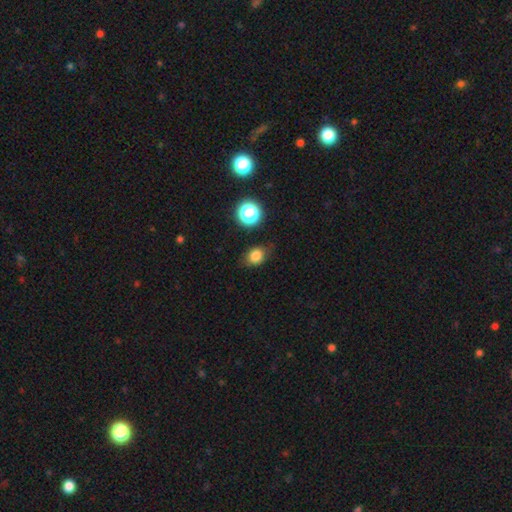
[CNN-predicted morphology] Smooth or featured?
  - smooth: 80% *
  - star or artifact: 13%
  - featured or disk: 7%
How rounded?
  - in between: 54% *
  - round: 45%
  - cigar-shaped: 1%
Merging?
  - none: 75% *
  - minor disturbance: 18%
  - major disturbance: 5%
  - merger: 2%